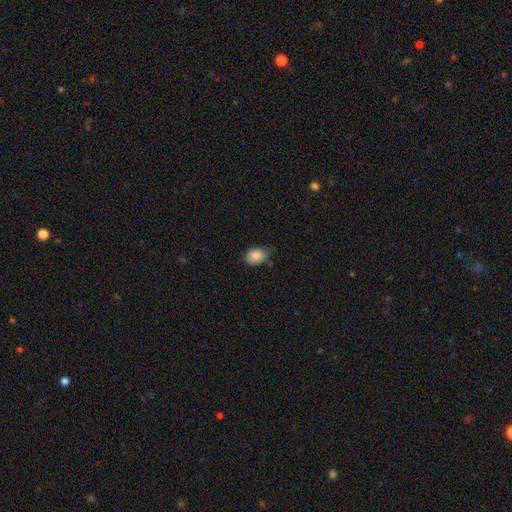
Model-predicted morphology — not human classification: A smooth galaxy with no disk features (85%) that is in between round and cigar-shaped (63%).

Vote fractions:
- Smooth or featured? smooth: 85% / star or artifact: 9% / featured or disk: 6%
- How rounded? in between: 63% / round: 36% / cigar-shaped: 1%
- Merging? none: 64% / minor disturbance: 30% / major disturbance: 4% / merger: 2%